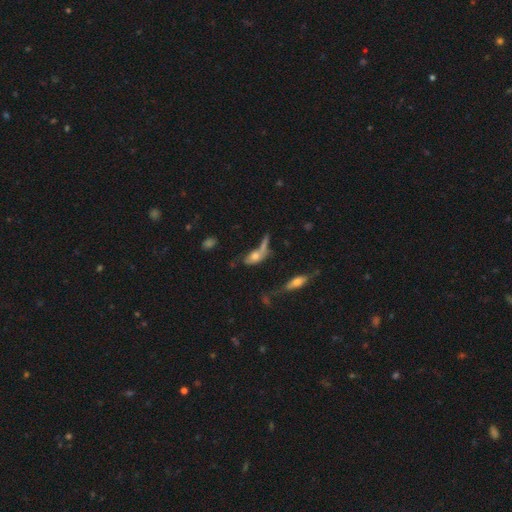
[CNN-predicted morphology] Smooth or featured? smooth (52%)
How rounded? in between (71%)
Merging? none (32%)